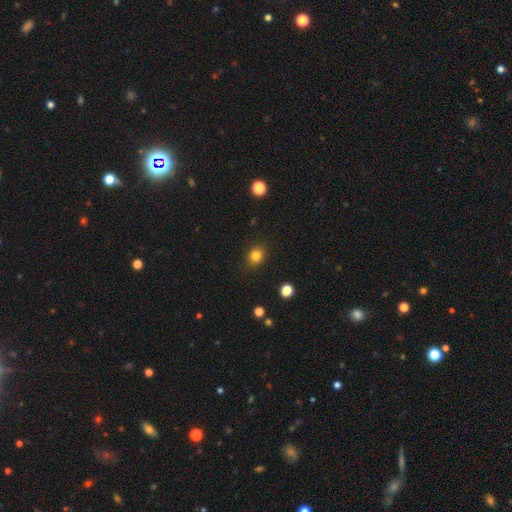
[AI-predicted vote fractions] smooth-or-featured: smooth: 82% | star or artifact: 12% | featured or disk: 5%
  how-rounded: round: 75% | in between: 24% | cigar-shaped: 1%
  merging: none: 89% | minor disturbance: 8% | major disturbance: 2% | merger: 1%